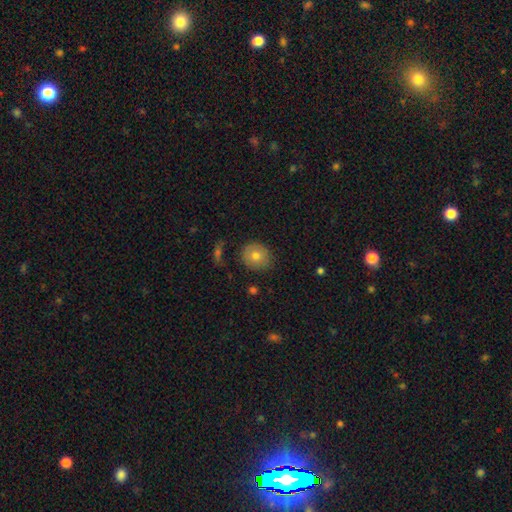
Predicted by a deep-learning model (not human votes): This appears to be a smooth galaxy with no disk features (72%) that is round (82%). Merging: none (82%).